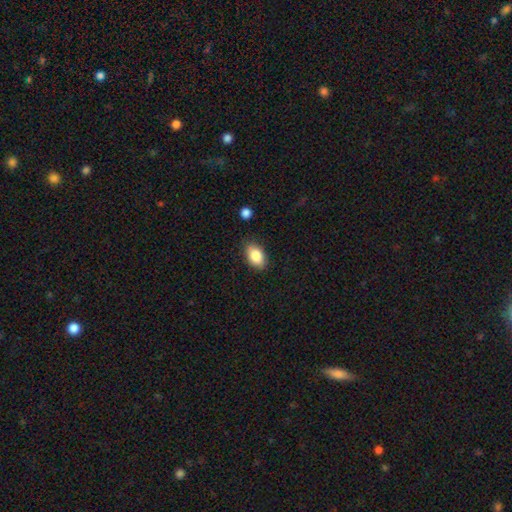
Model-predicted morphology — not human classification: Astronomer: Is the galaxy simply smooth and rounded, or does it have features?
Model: smooth — 86%.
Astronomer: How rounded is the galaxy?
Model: in between — 90%.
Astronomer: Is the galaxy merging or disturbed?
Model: none — 84%.